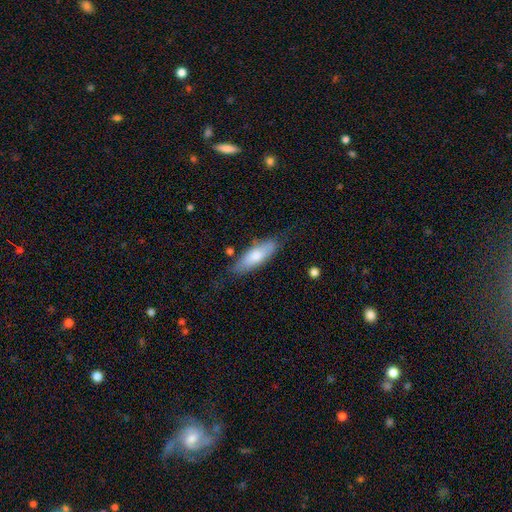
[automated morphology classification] A smooth galaxy with no disk features (69%) that is in between round and cigar-shaped (61%). Merging: none (71%).